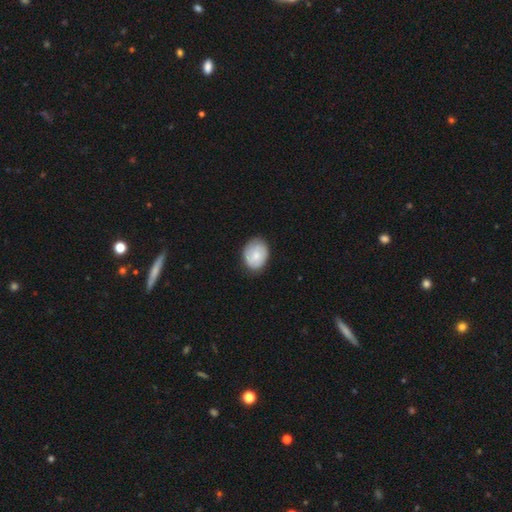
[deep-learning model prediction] Overall: smooth (63%; featured or disk 31%). How rounded: in between (59%; round 40%). Merging: none (76%).